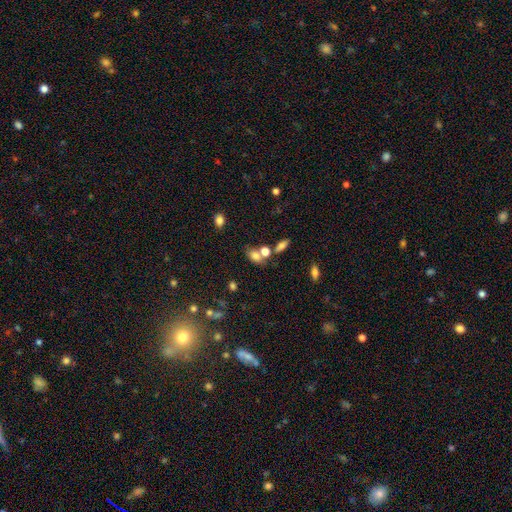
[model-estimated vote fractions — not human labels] The model was most divided on "merging": none: 45%, merger: 36%, minor disturbance: 13%, major disturbance: 6%. More confident: how rounded — in between (77%); smooth or featured — smooth (73%).